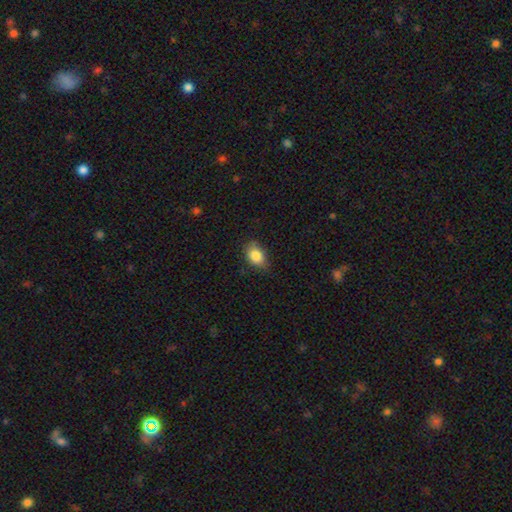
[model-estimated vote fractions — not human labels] smooth_or_featured: smooth (p=0.85) [alt: star or artifact p=0.08]
how_rounded: in between (p=0.74) [alt: round p=0.24]
merging: none (p=0.69) [alt: minor disturbance p=0.25]